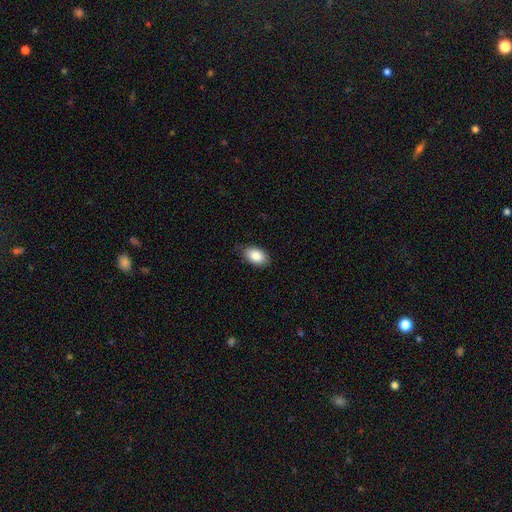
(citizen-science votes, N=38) smooth 82%, featured or disk 11%, star or artifact 8%. Down the decision tree: how rounded — in between (94%); merging — none (91%).